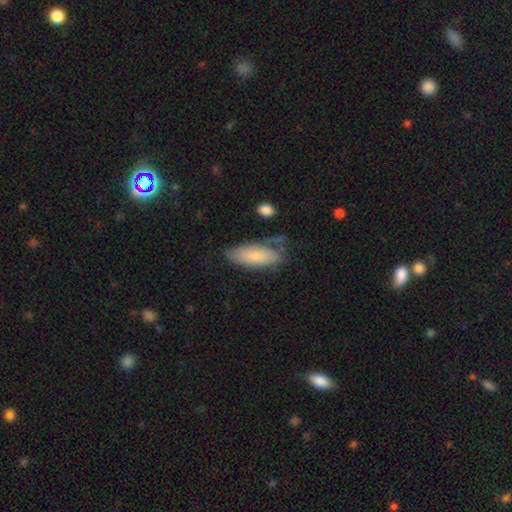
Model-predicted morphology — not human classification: smooth-or-featured: smooth: 74% | featured or disk: 20% | star or artifact: 6%
  how-rounded: in between: 75% | cigar-shaped: 23% | round: 2%
  merging: none: 52% | minor disturbance: 31% | major disturbance: 11% | merger: 6%